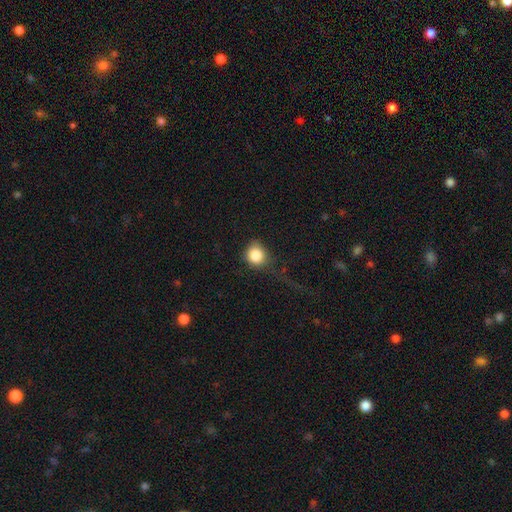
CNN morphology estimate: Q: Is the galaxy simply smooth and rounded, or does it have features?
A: smooth — 84%.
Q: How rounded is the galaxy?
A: round — 87%.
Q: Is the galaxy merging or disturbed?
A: none — 60%.